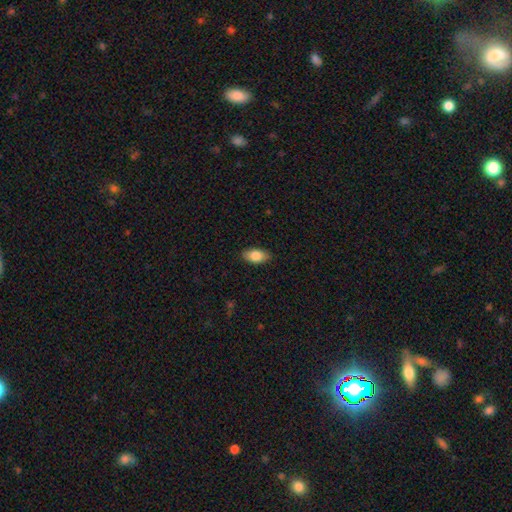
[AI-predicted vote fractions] Smooth or featured?
  - smooth: 83% *
  - featured or disk: 10%
  - star or artifact: 7%
How rounded?
  - in between: 92% *
  - cigar-shaped: 4%
  - round: 4%
Merging?
  - none: 88% *
  - minor disturbance: 10%
  - major disturbance: 2%
  - merger: 1%